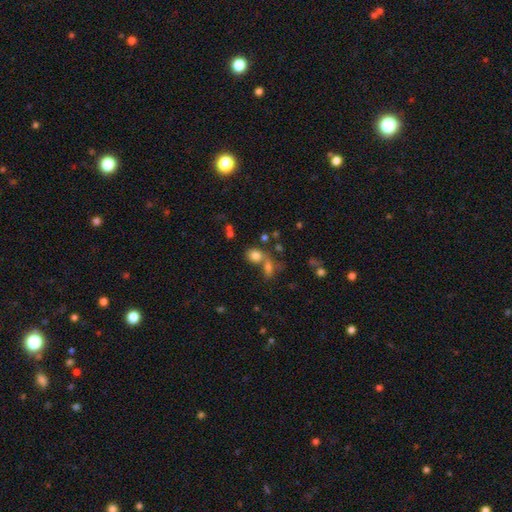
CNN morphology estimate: Q: Smooth or featured?
A: smooth (77%); runner-up: star or artifact (14%)
Q: How rounded?
A: round (59%); runner-up: in between (39%)
Q: Merging?
A: none (46%); runner-up: merger (39%)